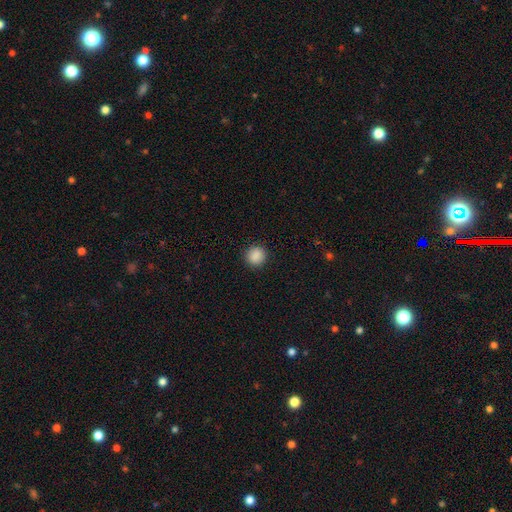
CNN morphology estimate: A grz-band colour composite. It shows a smooth galaxy with no disk features (88%) that is round (91%). Merging: none (91%).